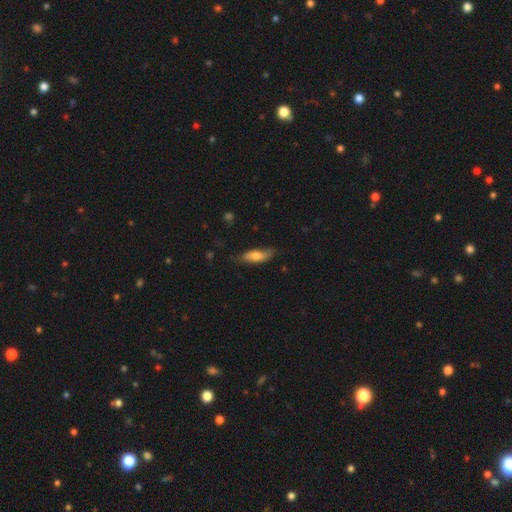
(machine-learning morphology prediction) Smooth or featured?
  - smooth: 65% *
  - featured or disk: 29%
  - star or artifact: 6%
How rounded?
  - in between: 59% *
  - cigar-shaped: 38%
  - round: 3%
Merging?
  - none: 71% *
  - minor disturbance: 23%
  - major disturbance: 5%
  - merger: 1%